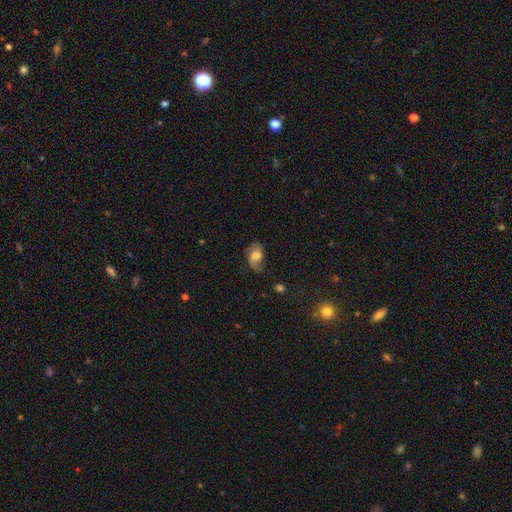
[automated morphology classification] The model was most divided on "smooth or featured": featured or disk: 52%, smooth: 38%, star or artifact: 9%. Remaining: edge-on disk — no (96%); spiral arms — yes (88%); merging — none (60%); bar — no (56%); bulge size — moderate (47%).